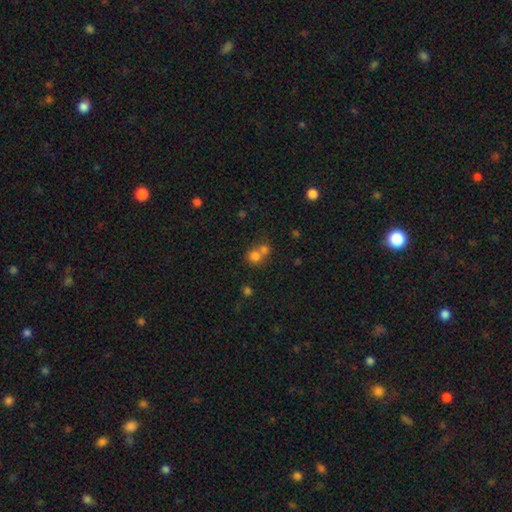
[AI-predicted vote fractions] Overall: smooth (73%). How rounded: round (82%). Merging: merger (53%; none 39%).